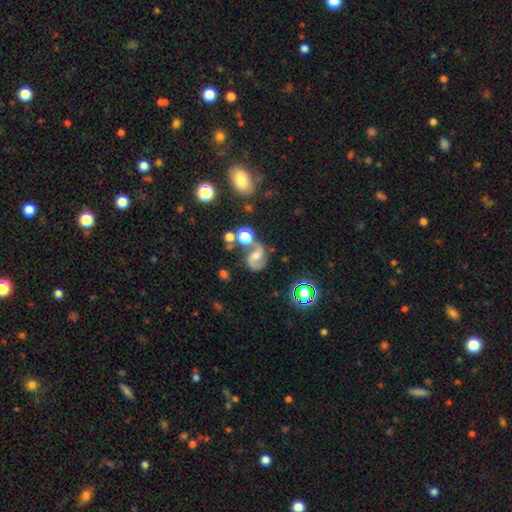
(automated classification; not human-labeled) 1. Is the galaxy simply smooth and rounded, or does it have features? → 75% featured or disk, 14% smooth, 11% star or artifact.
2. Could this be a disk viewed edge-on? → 98% no, 2% yes.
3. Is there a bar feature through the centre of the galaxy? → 43% weak, 42% no, 16% strong.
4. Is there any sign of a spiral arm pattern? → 94% yes, 6% no.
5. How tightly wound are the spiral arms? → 52% medium, 34% loose, 14% tight.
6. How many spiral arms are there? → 90% 2, 3% 1, 3% can't tell, 1% 3, 1% 4, 1% more than 4.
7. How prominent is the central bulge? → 50% moderate, 35% small, 7% large, 7% none, 2% dominant.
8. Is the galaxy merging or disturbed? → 55% none, 19% merger, 17% minor disturbance, 9% major disturbance.